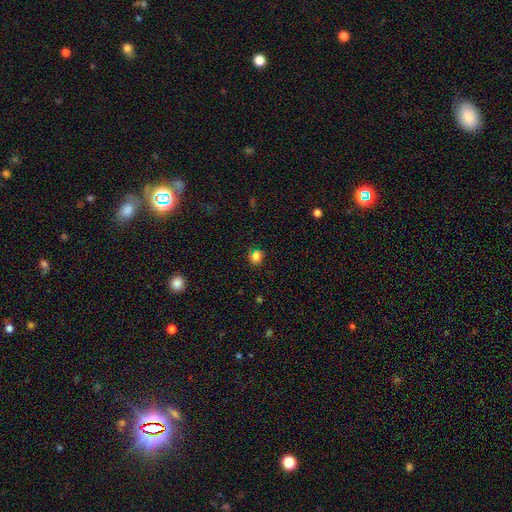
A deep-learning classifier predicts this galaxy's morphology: Smooth or featured? Predicted: smooth (p=0.77). How rounded? Predicted: round (p=0.62). Merging? Predicted: none (p=0.81).